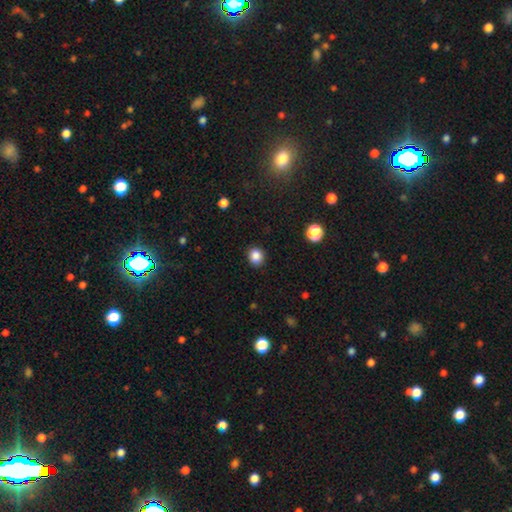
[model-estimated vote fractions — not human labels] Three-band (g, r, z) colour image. It shows a smooth galaxy with no disk features (87%) that is round (77%). Merging: none (90%).